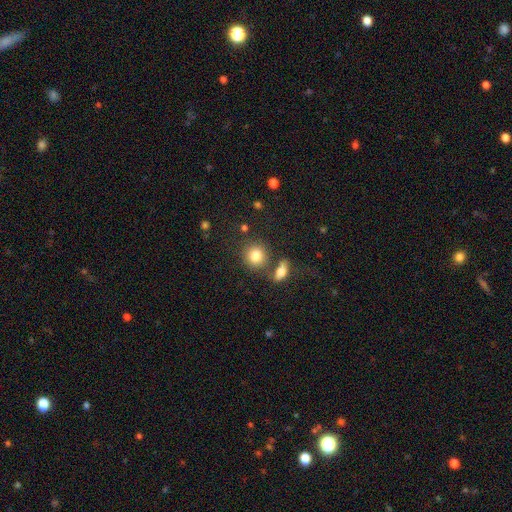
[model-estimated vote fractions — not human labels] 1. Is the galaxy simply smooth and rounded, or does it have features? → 82% smooth, 10% star or artifact, 8% featured or disk.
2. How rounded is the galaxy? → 82% round, 16% in between, 1% cigar-shaped.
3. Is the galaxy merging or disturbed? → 66% none, 19% merger, 10% minor disturbance, 4% major disturbance.